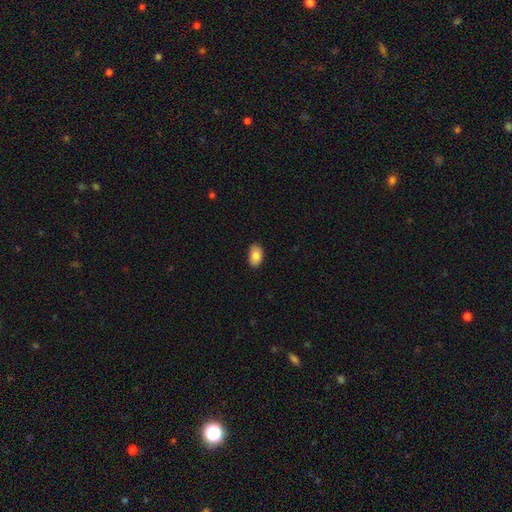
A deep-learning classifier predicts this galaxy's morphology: Smooth or featured? Predicted: smooth (p=0.83). How rounded? Predicted: in between (p=0.91). Merging? Predicted: none (p=0.86).